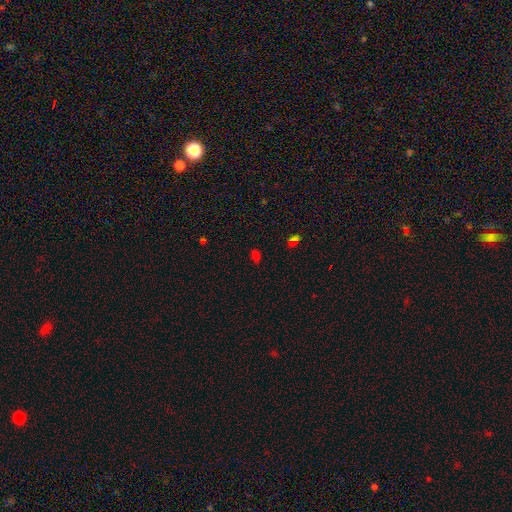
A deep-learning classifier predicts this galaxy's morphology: This is possibly a smooth galaxy (60%). How rounded: clearly in between (80%). Merging: likely none (76%).